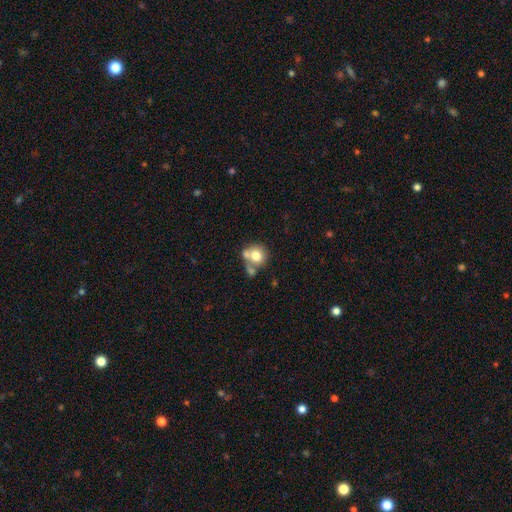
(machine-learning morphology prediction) smooth 72%, featured or disk 19%, star or artifact 10%. Down the decision tree: how rounded — round (77%); merging — none (41%).